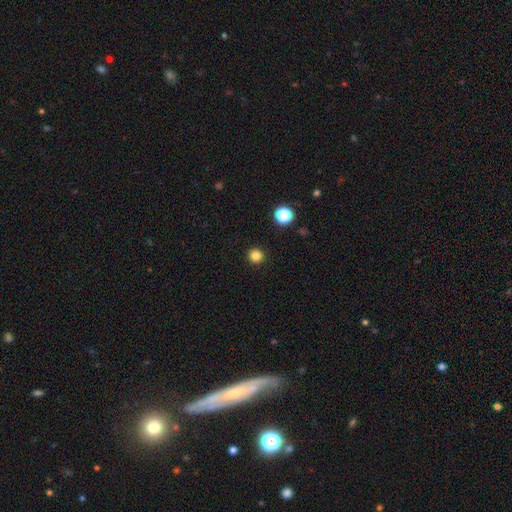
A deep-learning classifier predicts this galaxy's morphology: The model was most divided on "smooth or featured": smooth: 83%, star or artifact: 13%, featured or disk: 4%. More confident: how rounded — round (96%); merging — none (93%).